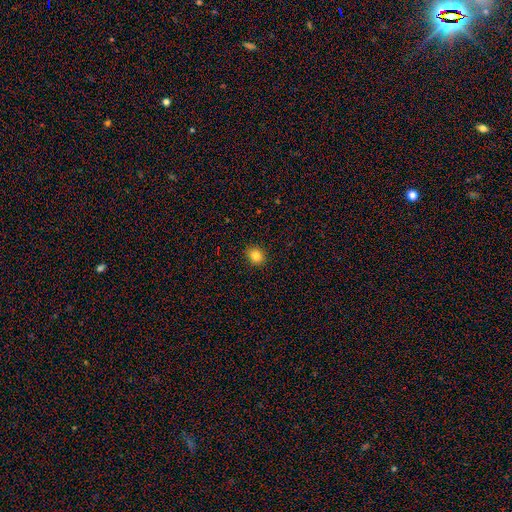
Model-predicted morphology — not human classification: This appears to be a smooth galaxy with no disk features (82%) that is round (71%). Merging: none (91%).